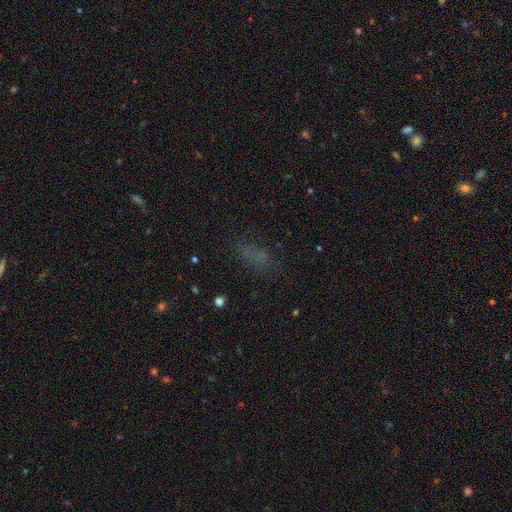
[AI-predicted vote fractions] Smooth or featured? Predicted: smooth (p=0.62). How rounded? Predicted: in between (p=0.77). Merging? Predicted: none (p=0.71).